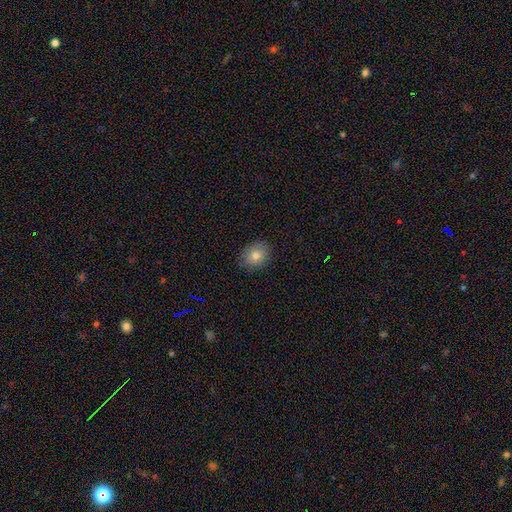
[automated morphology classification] Smooth or featured: smooth — 78% (featured or disk — 12%)
How rounded: round — 51% (in between — 48%)
Merging: none — 85% (minor disturbance — 12%)